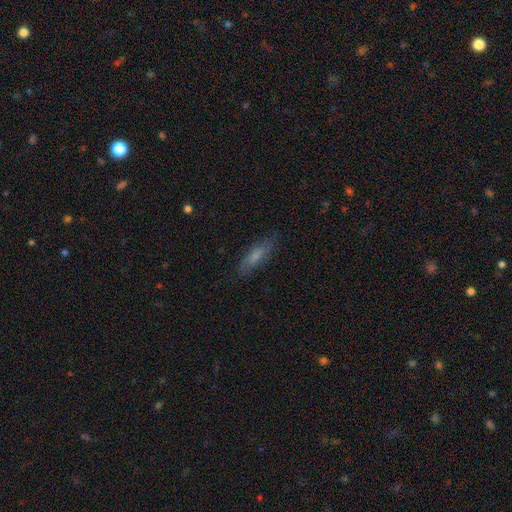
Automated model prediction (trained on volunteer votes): Smooth or featured? Predicted: smooth (p=0.65). How rounded? Predicted: cigar-shaped (p=0.55). Merging? Predicted: none (p=0.81).